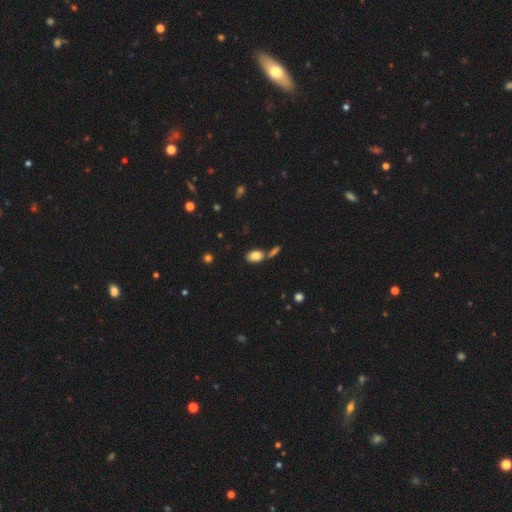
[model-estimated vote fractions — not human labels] smooth 82%, star or artifact 9%, featured or disk 9%. Down the decision tree: how rounded — in between (85%); merging — none (64%).